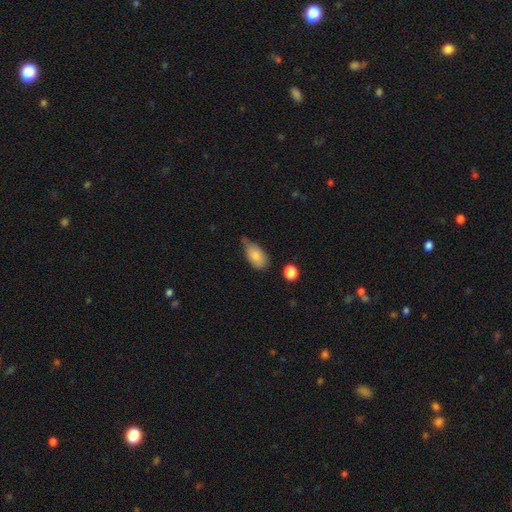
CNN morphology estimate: This appears to be a smooth galaxy with no disk features (81%) that is in between round and cigar-shaped (91%). Merging: none (44%).